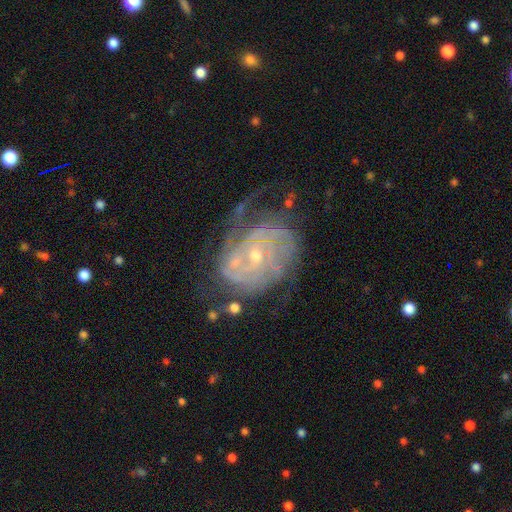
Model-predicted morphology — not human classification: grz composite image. It shows a featured or disk galaxy (86%) with no bar (70%), tight (68%) spiral arms (94%) and a small central bulge (72%). Merging: none (51%).